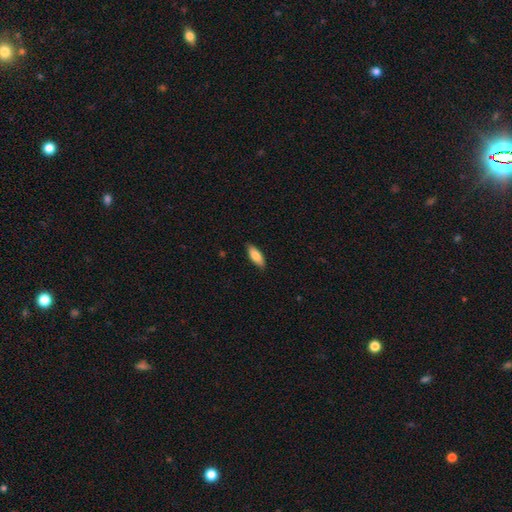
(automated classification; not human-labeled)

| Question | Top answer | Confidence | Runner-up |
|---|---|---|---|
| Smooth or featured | smooth | 83% | featured or disk (12%) |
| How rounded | in between | 74% | cigar-shaped (24%) |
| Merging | none | 87% | minor disturbance (11%) |